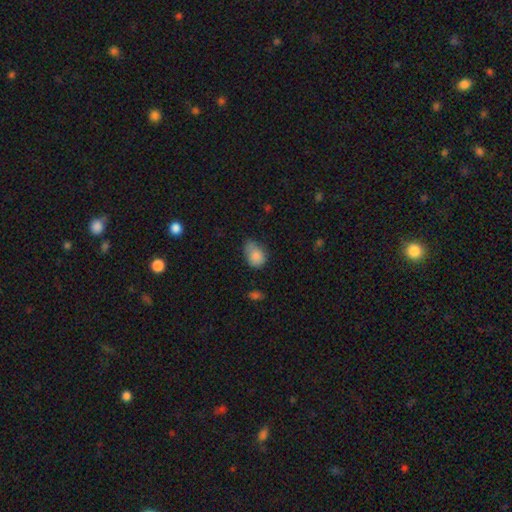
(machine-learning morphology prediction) Smooth or featured?
  - smooth: 84% *
  - star or artifact: 9%
  - featured or disk: 7%
How rounded?
  - in between: 72% *
  - round: 27%
  - cigar-shaped: 1%
Merging?
  - minor disturbance: 44% *
  - none: 41%
  - major disturbance: 12%
  - merger: 3%